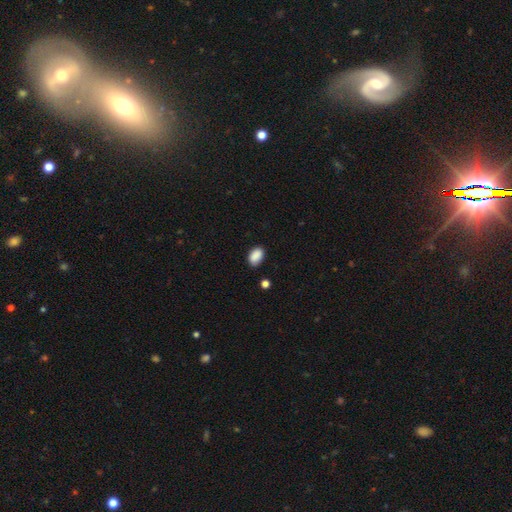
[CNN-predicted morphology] The model was most divided on "merging": none: 82%, minor disturbance: 14%, major disturbance: 3%, merger: 2%. More confident: how rounded — in between (90%); smooth or featured — smooth (89%).